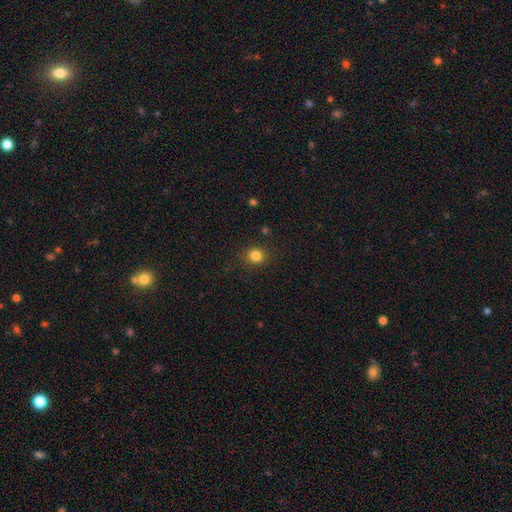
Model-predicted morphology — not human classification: This appears to be a smooth galaxy with no disk features (83%) that is round (84%). Merging: none (88%).